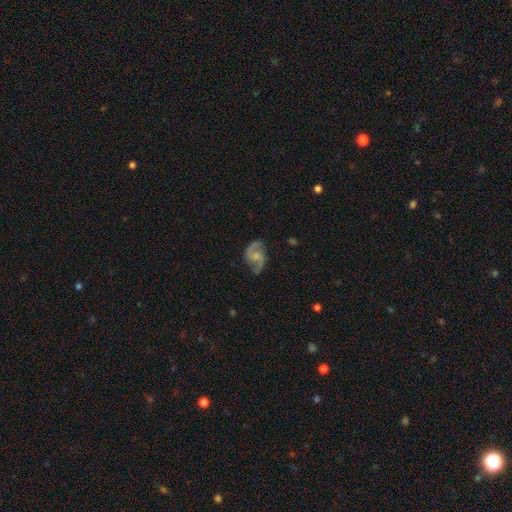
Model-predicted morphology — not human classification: This appears to be a featured or disk galaxy (86%) with no bar (51%), 2 (93%) medium (48%) spiral arms (96%) and a small central bulge (40%). Merging: none (74%).